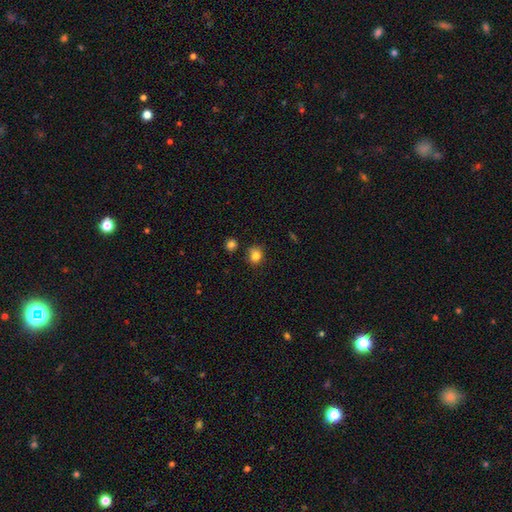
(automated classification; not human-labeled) Smooth or featured: smooth — 83% (star or artifact — 11%)
How rounded: round — 81% (in between — 18%)
Merging: none — 78% (minor disturbance — 14%)